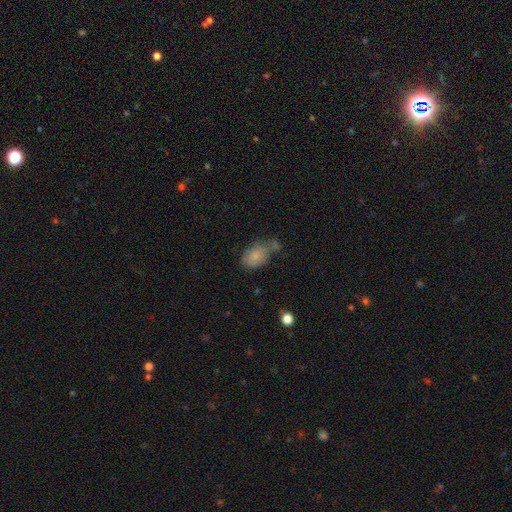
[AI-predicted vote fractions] This appears to be a smooth galaxy with no disk features (81%) that is in between round and cigar-shaped (85%). Merging: none (47%).